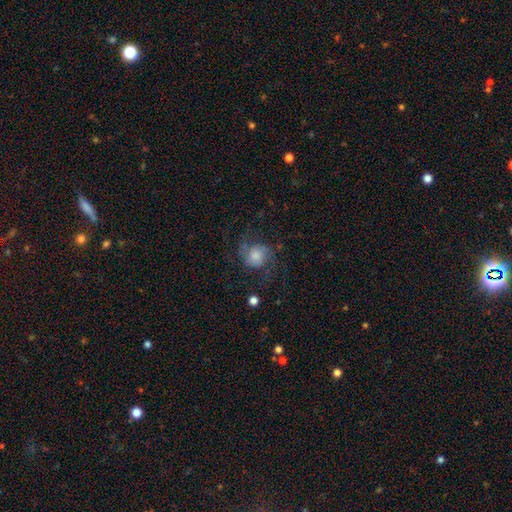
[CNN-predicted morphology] A featured or disk galaxy (48%).

Vote fractions:
- Smooth or featured? featured or disk: 48% / smooth: 42% / star or artifact: 10%
- Merging? none: 58% / major disturbance: 20% / minor disturbance: 19% / merger: 2%